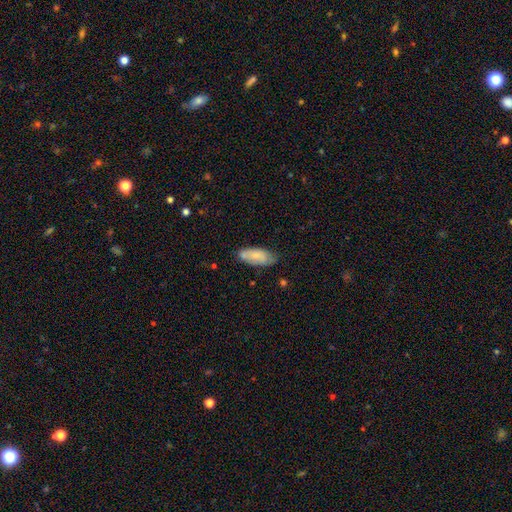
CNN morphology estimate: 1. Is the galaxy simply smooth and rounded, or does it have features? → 76% smooth, 18% featured or disk, 6% star or artifact.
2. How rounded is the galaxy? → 83% in between, 15% cigar-shaped, 2% round.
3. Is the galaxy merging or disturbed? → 66% none, 25% minor disturbance, 5% major disturbance, 5% merger.